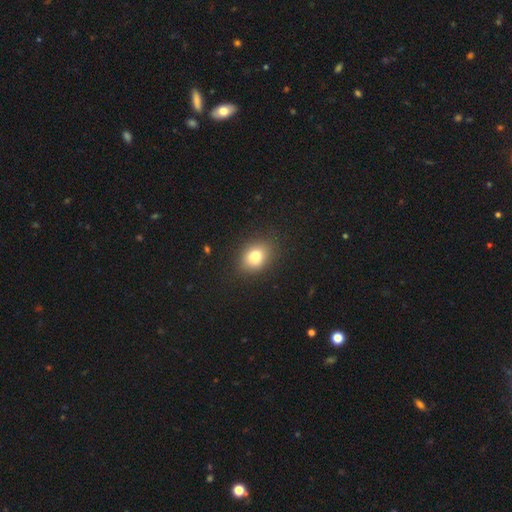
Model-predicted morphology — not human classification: smooth-or-featured: smooth: 79% | star or artifact: 11% | featured or disk: 10%
  how-rounded: in between: 63% | round: 35% | cigar-shaped: 1%
  merging: none: 85% | minor disturbance: 11% | major disturbance: 3% | merger: 1%